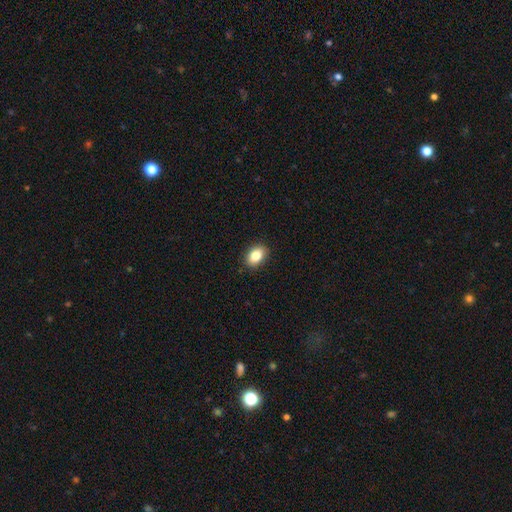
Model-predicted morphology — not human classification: This is clearly a smooth galaxy (85%). How rounded: clearly in between (81%). Merging: clearly none (89%).